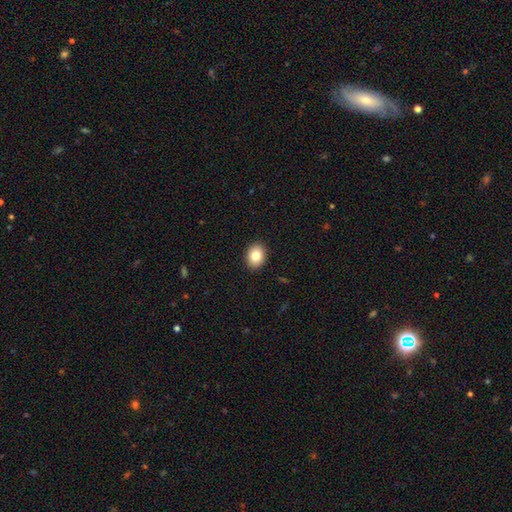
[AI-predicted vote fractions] Morphology: type=smooth (83%); roundness=in between (54%); merging=none (92%).